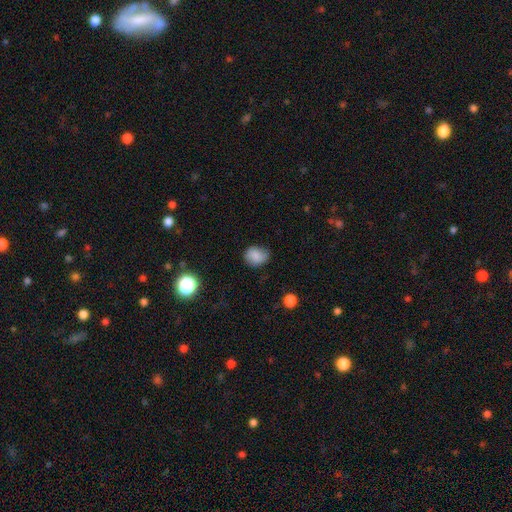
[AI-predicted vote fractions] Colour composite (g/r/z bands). It shows a smooth galaxy with no disk features (82%) that is round (58%). Merging: none (67%).